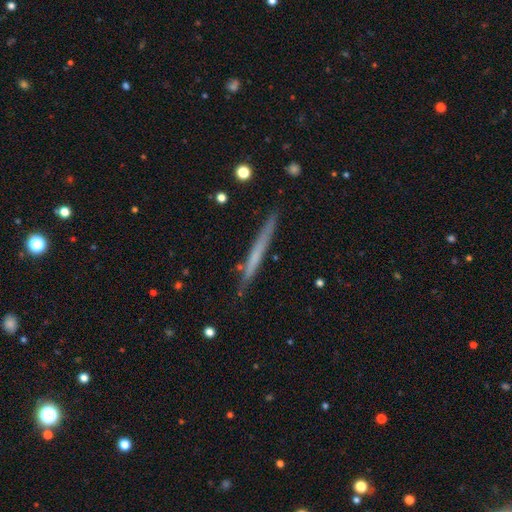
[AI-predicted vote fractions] Smooth or featured?
  - featured or disk: 48% *
  - smooth: 46%
  - star or artifact: 6%
Merging?
  - none: 85% *
  - minor disturbance: 11%
  - major disturbance: 2%
  - merger: 2%